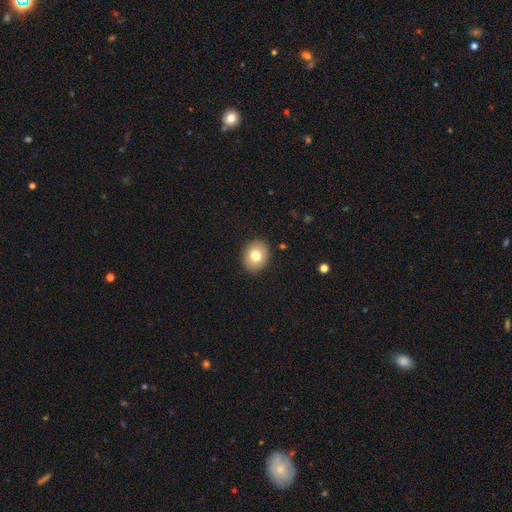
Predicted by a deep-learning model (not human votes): Smooth or featured?
  - smooth: 77% *
  - featured or disk: 14%
  - star or artifact: 9%
How rounded?
  - round: 54% *
  - in between: 45%
  - cigar-shaped: 1%
Merging?
  - none: 90% *
  - minor disturbance: 7%
  - major disturbance: 2%
  - merger: 1%